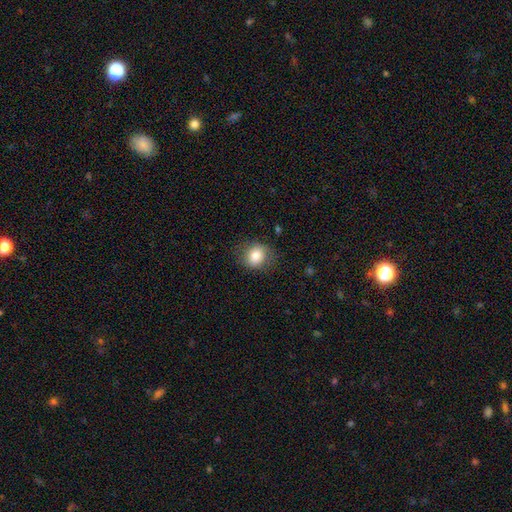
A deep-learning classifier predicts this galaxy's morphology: This is clearly a smooth galaxy (81%). How rounded: likely round (70%). Merging: likely none (78%).